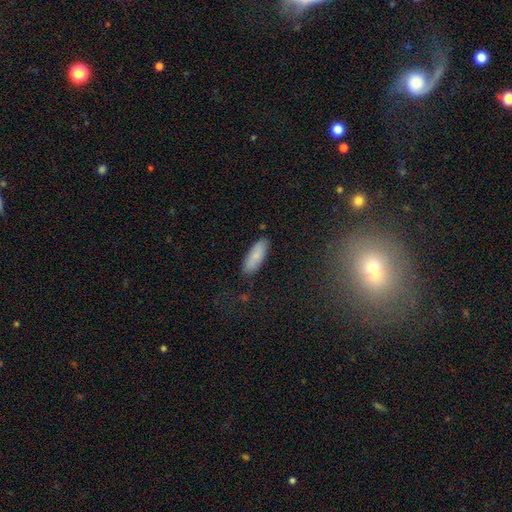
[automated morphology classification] A smooth galaxy with no disk features (79%) that is in between round and cigar-shaped (67%).

Vote fractions:
- Smooth or featured? smooth: 79% / featured or disk: 14% / star or artifact: 7%
- How rounded? in between: 67% / cigar-shaped: 31% / round: 2%
- Merging? none: 84% / minor disturbance: 11% / major disturbance: 3% / merger: 2%